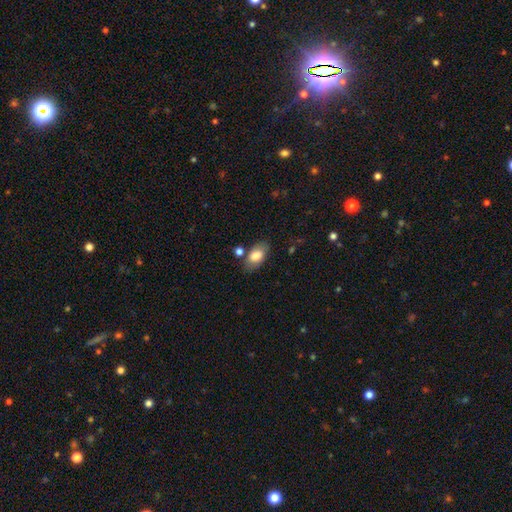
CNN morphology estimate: Smooth or featured?
  - smooth: 79% *
  - featured or disk: 14%
  - star or artifact: 7%
How rounded?
  - in between: 92% *
  - round: 6%
  - cigar-shaped: 3%
Merging?
  - none: 74% *
  - minor disturbance: 14%
  - merger: 7%
  - major disturbance: 4%